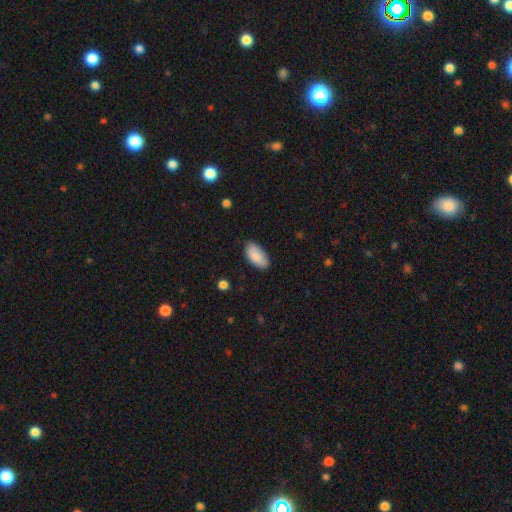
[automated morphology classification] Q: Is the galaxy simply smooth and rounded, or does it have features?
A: smooth — 89%.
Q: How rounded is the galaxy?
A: in between — 94%.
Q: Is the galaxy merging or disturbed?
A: none — 80%.